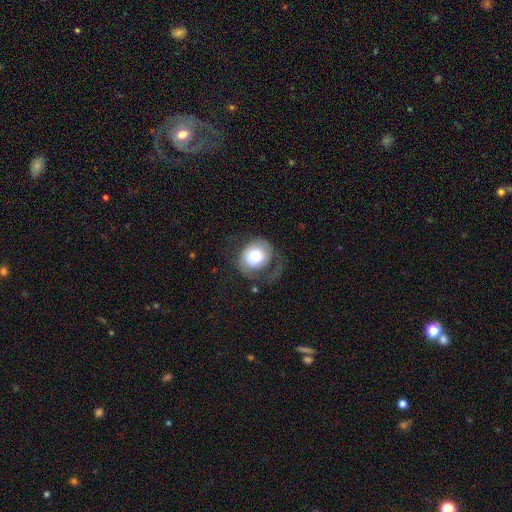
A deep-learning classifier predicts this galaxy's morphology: Q: Smooth or featured?
A: smooth (52%); runner-up: featured or disk (41%)
Q: How rounded?
A: round (70%); runner-up: in between (29%)
Q: Merging?
A: none (39%); runner-up: major disturbance (35%)